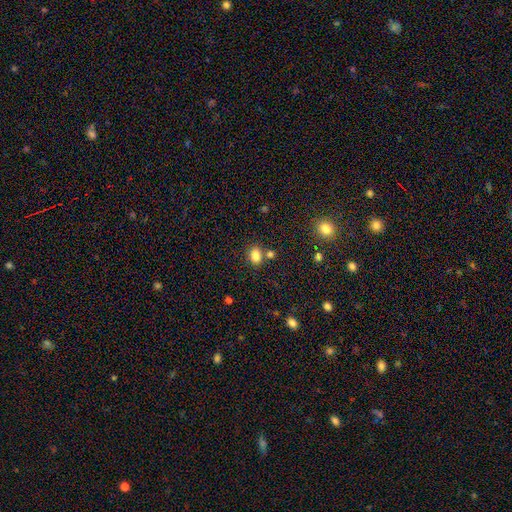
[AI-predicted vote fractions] Q: Smooth or featured?
A: smooth (83%); runner-up: star or artifact (11%)
Q: How rounded?
A: in between (65%); runner-up: round (34%)
Q: Merging?
A: none (70%); runner-up: merger (16%)